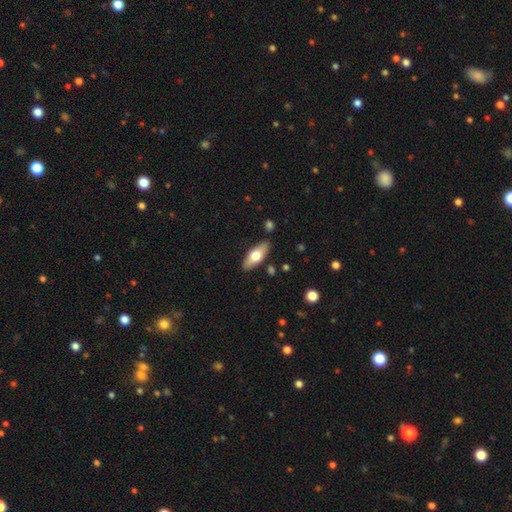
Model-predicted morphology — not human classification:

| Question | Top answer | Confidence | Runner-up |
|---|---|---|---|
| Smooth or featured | smooth | 63% | featured or disk (32%) |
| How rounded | in between | 75% | cigar-shaped (23%) |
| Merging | none | 86% | minor disturbance (10%) |